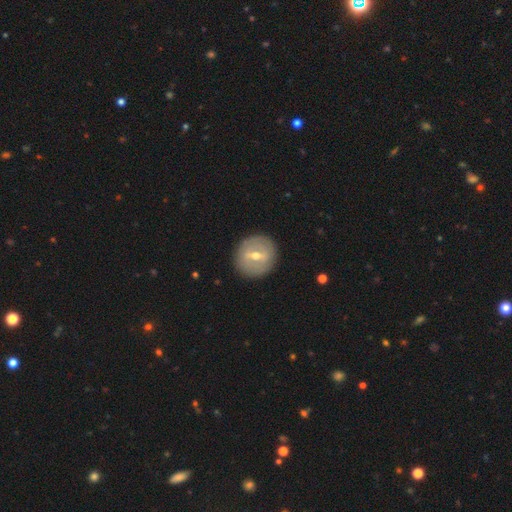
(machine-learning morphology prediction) The model was most divided on "bar": weak: 45%, strong: 42%, no: 13%. More confident: edge-on disk — no (90%); merging — none (88%); spiral arms — no (69%); smooth or featured — featured or disk (62%); bulge size — moderate (61%).